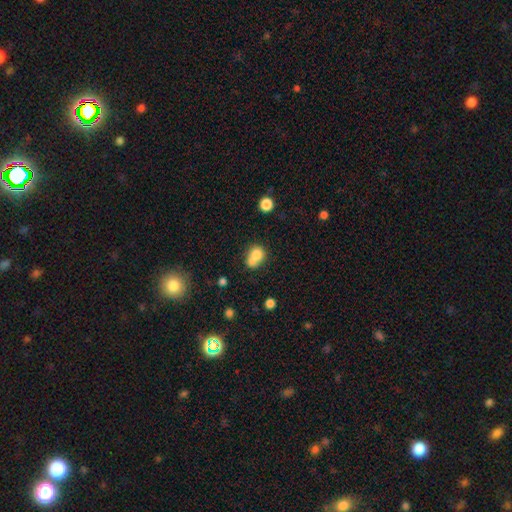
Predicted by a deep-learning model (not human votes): Smooth or featured? Predicted: smooth (p=0.75). How rounded? Predicted: round (p=0.67). Merging? Predicted: merger (p=0.56).